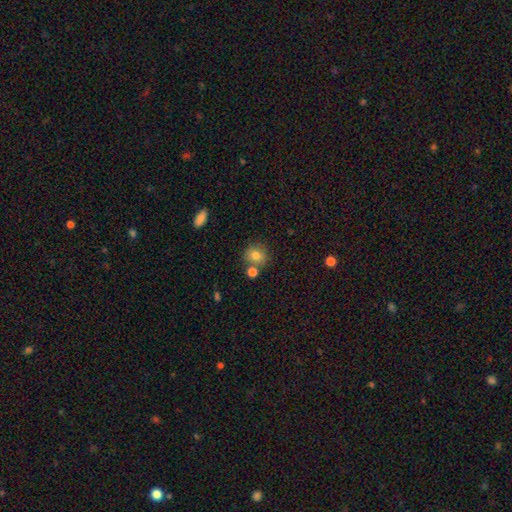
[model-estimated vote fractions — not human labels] Morphology: type=smooth (79%); roundness=round (80%); merging=none (68%).